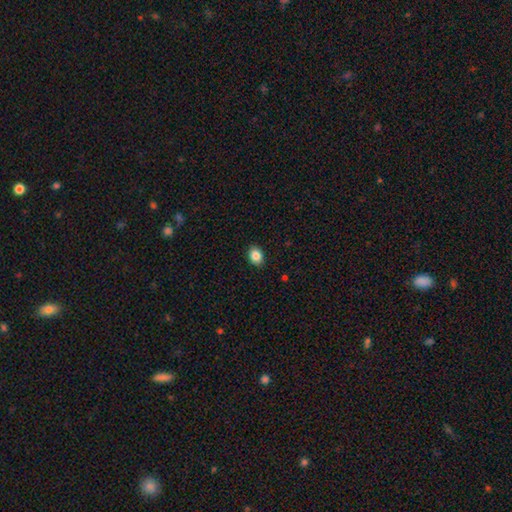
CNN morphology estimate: The model was most divided on "how rounded": in between: 66%, round: 33%, cigar-shaped: 1%. More confident: merging — none (90%); smooth or featured — smooth (86%).